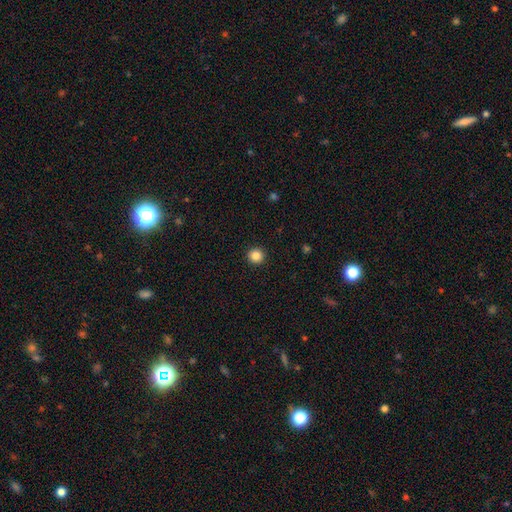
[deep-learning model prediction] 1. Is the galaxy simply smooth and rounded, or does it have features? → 85% smooth, 11% star or artifact, 4% featured or disk.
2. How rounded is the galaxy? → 95% round, 4% in between, 1% cigar-shaped.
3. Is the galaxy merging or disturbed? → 93% none, 4% minor disturbance, 2% major disturbance, 1% merger.